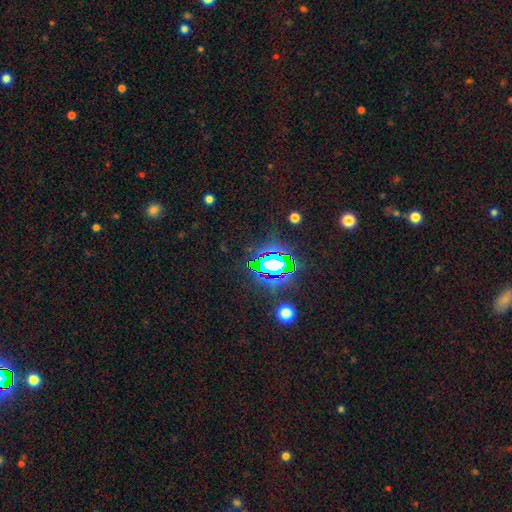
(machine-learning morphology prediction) Smooth or featured? star or artifact (82%)